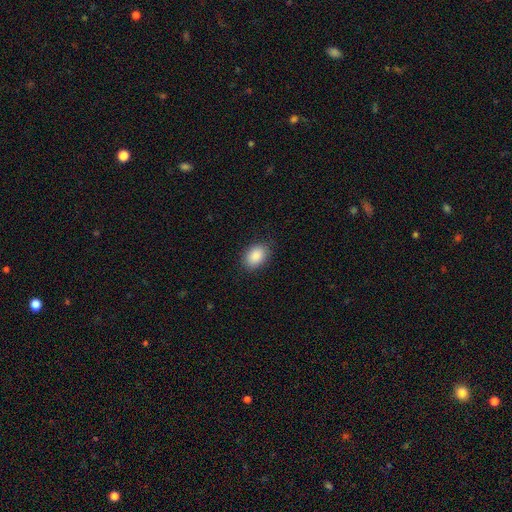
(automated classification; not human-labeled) This appears to be a smooth galaxy with no disk features (89%) that is in between round and cigar-shaped (82%). Merging: none (85%).